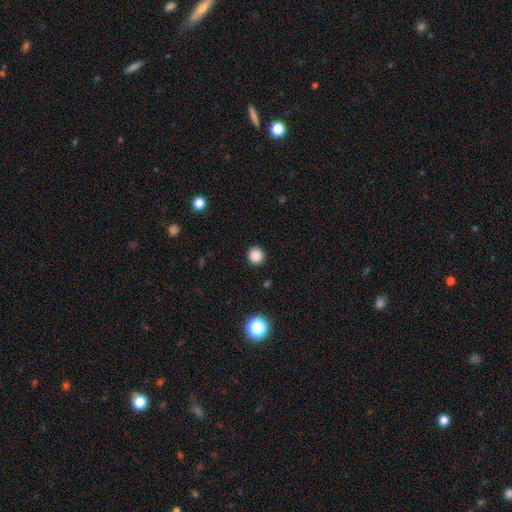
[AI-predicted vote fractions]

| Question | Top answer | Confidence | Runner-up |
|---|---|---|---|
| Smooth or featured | smooth | 86% | star or artifact (11%) |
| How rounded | round | 93% | in between (6%) |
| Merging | none | 92% | minor disturbance (5%) |